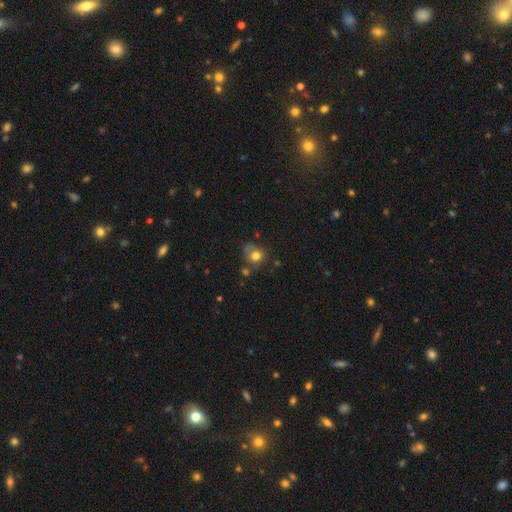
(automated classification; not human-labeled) This appears to be a smooth galaxy with no disk features (75%) that is round (72%). Merging: none (49%).